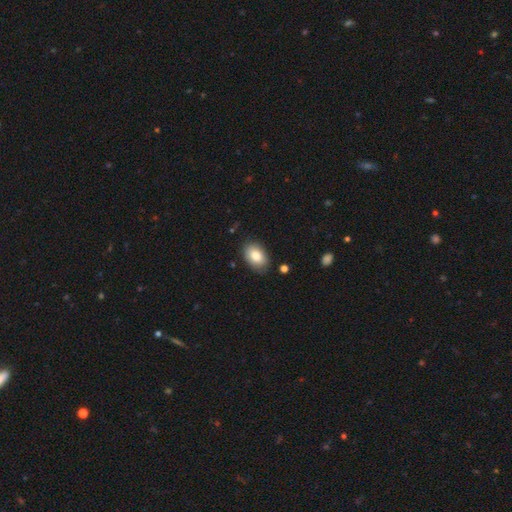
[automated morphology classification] Smooth or featured: smooth — 82% (featured or disk — 11%)
How rounded: in between — 89% (round — 10%)
Merging: none — 84% (minor disturbance — 12%)